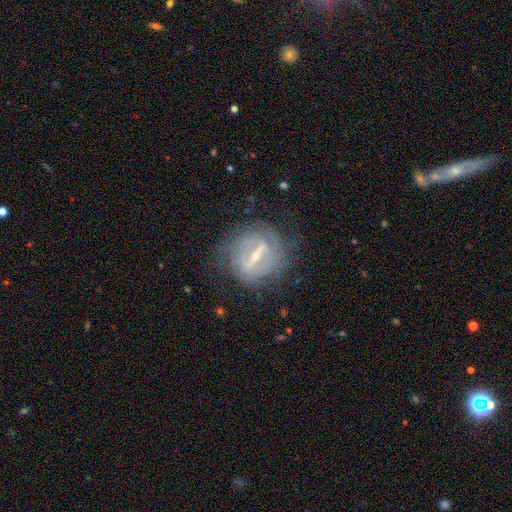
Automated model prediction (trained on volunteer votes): featured or disk 82%, smooth 11%, star or artifact 7%. Down the decision tree: edge-on disk — no (90%); bar — strong (68%); spiral arms — yes (74%); spiral arm count — can't tell (43%); spiral winding — tight (60%); bulge size — small (58%); merging — none (71%).